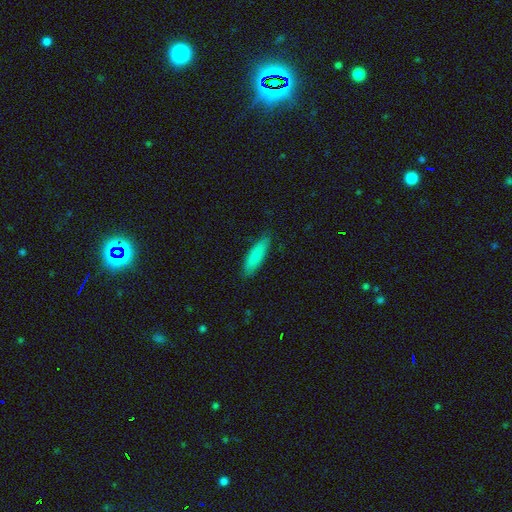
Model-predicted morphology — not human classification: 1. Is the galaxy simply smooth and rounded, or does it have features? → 85% smooth, 9% featured or disk, 6% star or artifact.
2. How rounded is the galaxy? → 64% cigar-shaped, 35% in between, 2% round.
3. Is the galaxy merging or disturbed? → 86% none, 11% minor disturbance, 2% major disturbance, 1% merger.